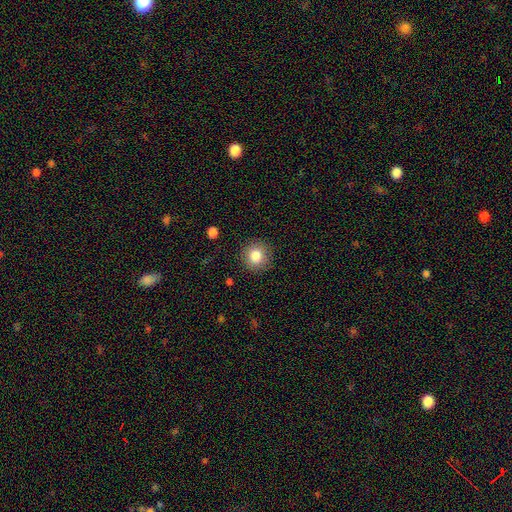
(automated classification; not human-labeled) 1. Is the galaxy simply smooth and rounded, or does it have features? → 83% smooth, 10% star or artifact, 8% featured or disk.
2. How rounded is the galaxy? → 91% round, 8% in between, 1% cigar-shaped.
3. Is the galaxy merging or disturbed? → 89% none, 7% minor disturbance, 3% major disturbance, 1% merger.